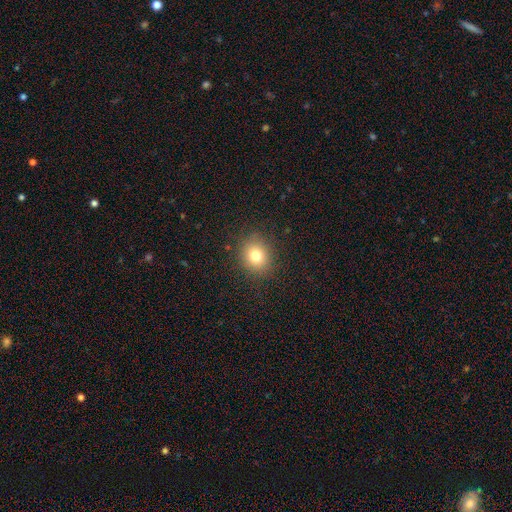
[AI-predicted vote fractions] smooth 77%, star or artifact 14%, featured or disk 9%. Down the decision tree: how rounded — round (75%); merging — none (87%).